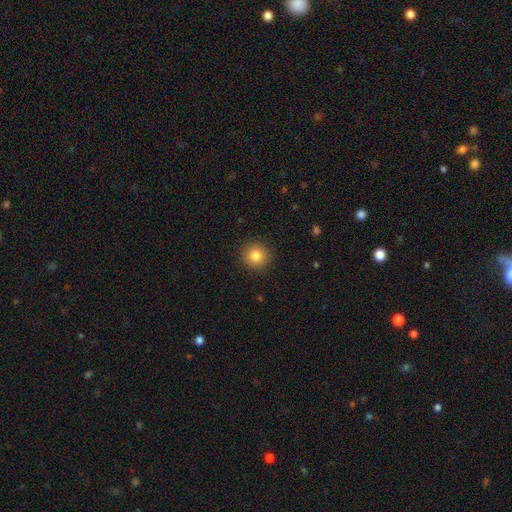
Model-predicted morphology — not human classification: This is clearly a smooth galaxy (83%). How rounded: clearly round (94%). Merging: clearly none (92%).